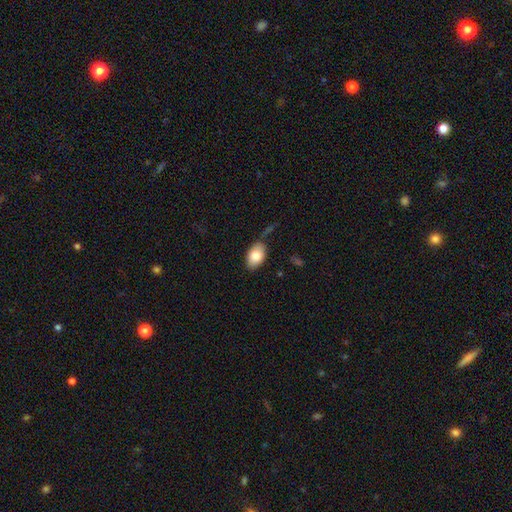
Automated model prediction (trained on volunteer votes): A smooth galaxy with no disk features (83%) that is in between round and cigar-shaped (90%).

Vote fractions:
- Smooth or featured? smooth: 83% / featured or disk: 11% / star or artifact: 7%
- How rounded? in between: 90% / round: 8% / cigar-shaped: 1%
- Merging? none: 74% / minor disturbance: 17% / merger: 4% / major disturbance: 4%